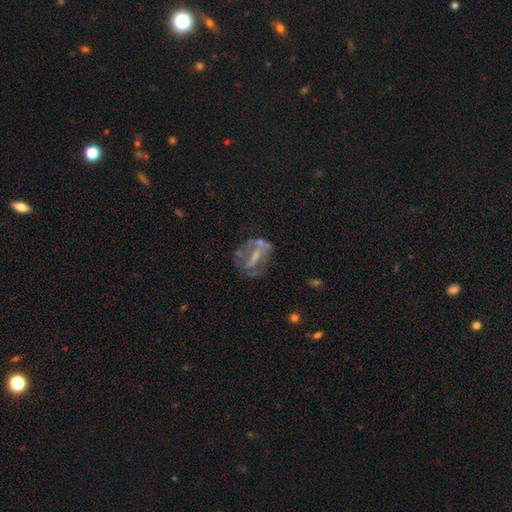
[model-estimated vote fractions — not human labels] The model was most divided on "bulge size": small: 35%, none: 33%, moderate: 27%, large: 4%, dominant: 1%. Remaining: edge-on disk — no (92%); spiral arms — no (70%); smooth or featured — featured or disk (66%); merging — none (49%); bar — no (36%).